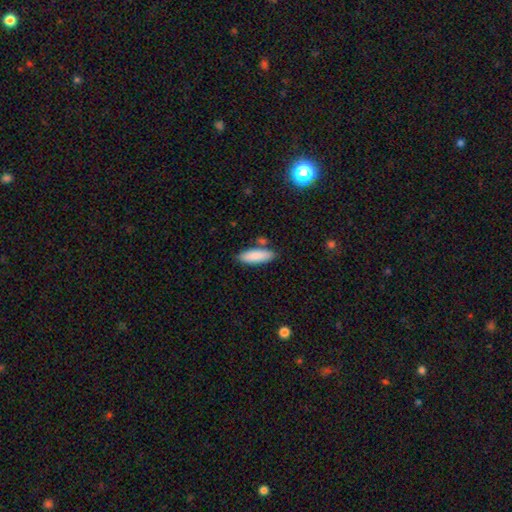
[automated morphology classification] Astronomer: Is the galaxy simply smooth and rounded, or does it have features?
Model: smooth — 87%.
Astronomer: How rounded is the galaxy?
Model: in between — 64%.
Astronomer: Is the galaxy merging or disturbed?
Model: none — 75%.